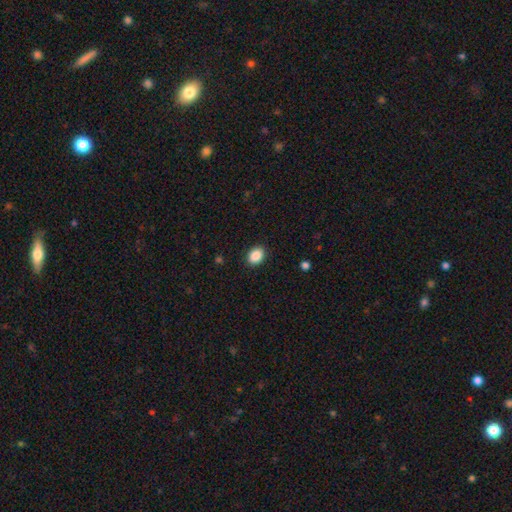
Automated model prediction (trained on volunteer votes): Overall: smooth (89%). How rounded: in between (70%). Merging: none (90%).